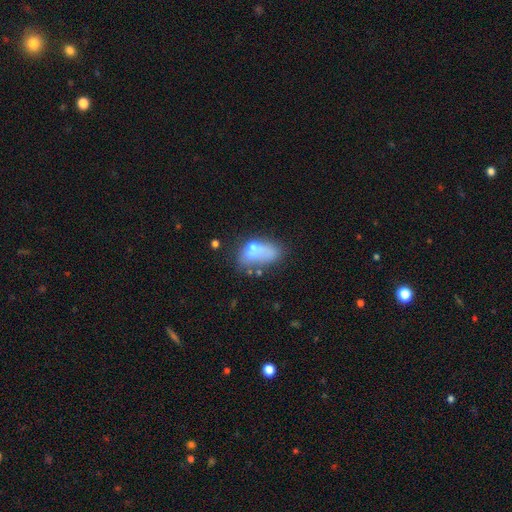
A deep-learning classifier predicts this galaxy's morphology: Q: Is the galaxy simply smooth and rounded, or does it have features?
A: smooth — 60%.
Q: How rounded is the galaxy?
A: in between — 87%.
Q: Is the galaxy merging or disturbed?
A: none — 30%.